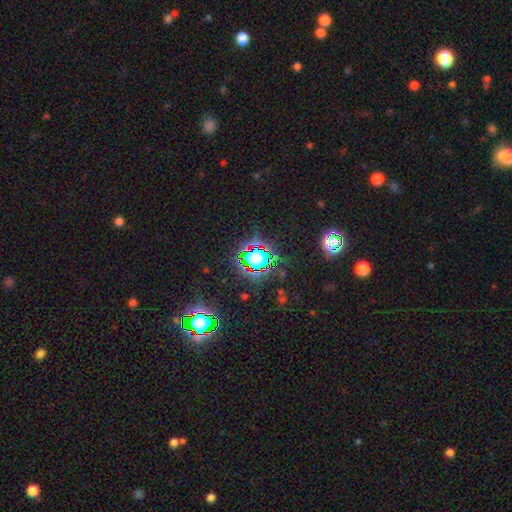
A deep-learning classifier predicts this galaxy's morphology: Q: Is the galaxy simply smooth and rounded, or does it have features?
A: star or artifact — 71%.